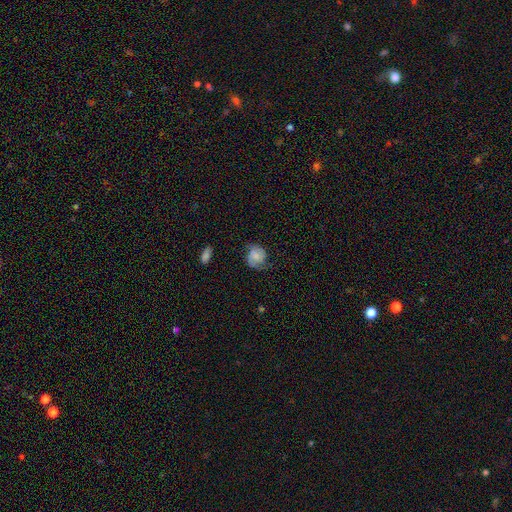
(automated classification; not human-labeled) Q: Smooth or featured?
A: featured or disk (48%); runner-up: smooth (44%)
Q: Merging?
A: none (60%); runner-up: minor disturbance (26%)